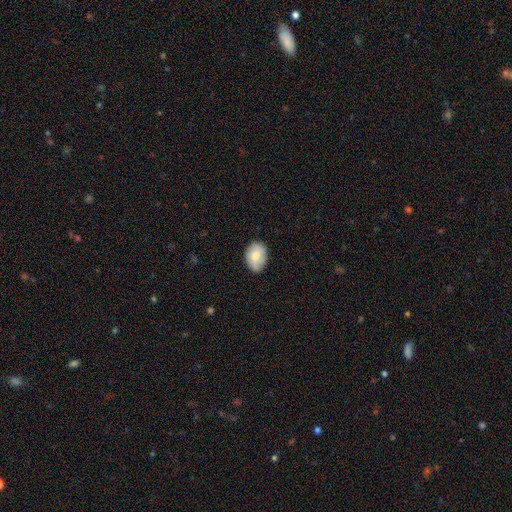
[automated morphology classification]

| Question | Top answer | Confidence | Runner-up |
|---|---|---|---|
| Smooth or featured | smooth | 77% | featured or disk (17%) |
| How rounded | in between | 76% | round (23%) |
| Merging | none | 76% | minor disturbance (20%) |